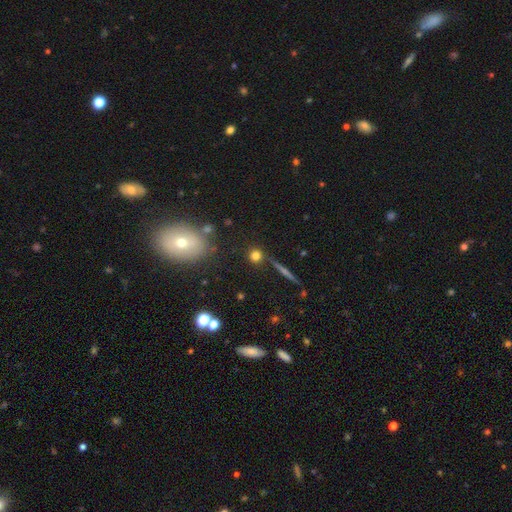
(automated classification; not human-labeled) This appears to be a smooth galaxy with no disk features (76%) that is round (91%). Merging: none (81%).